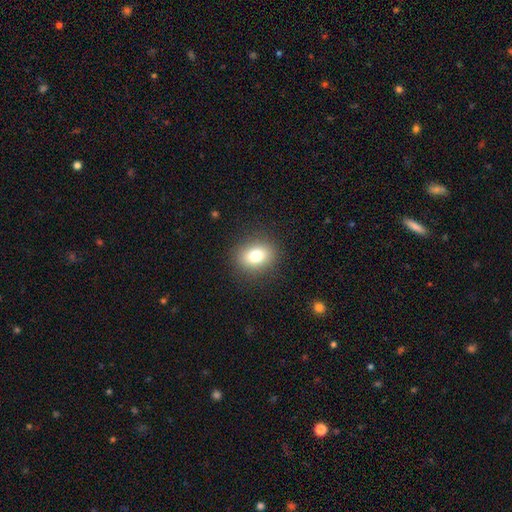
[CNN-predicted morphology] This is clearly a smooth galaxy (80%). How rounded: possibly in between (57%). Merging: clearly none (88%).